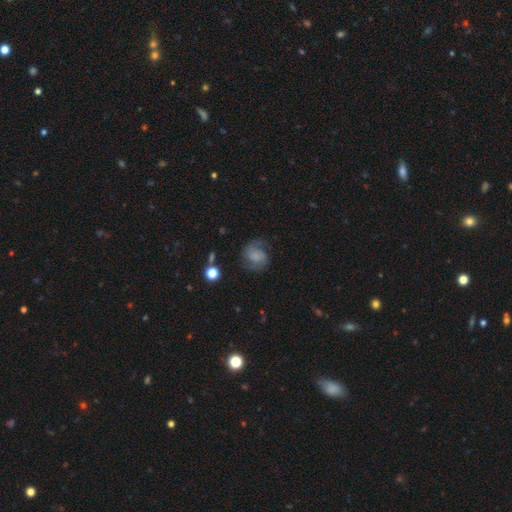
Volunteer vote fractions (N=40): This appears to be a featured or disk galaxy (78%) with no bar (77%), 2 (94%) medium (61%) spiral arms (100%) and a small central bulge (42%, tied with none). Merging: none (82%).